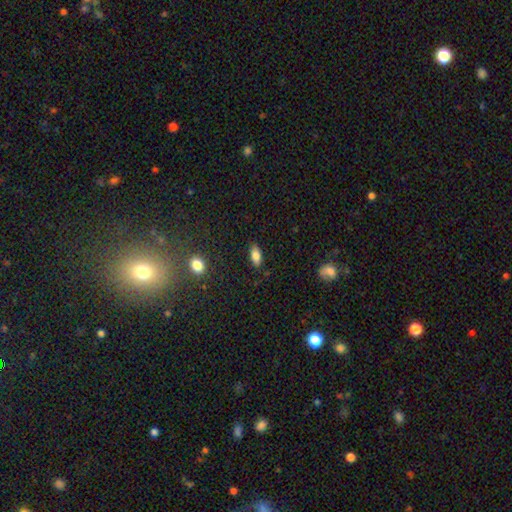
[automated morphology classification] smooth_or_featured: smooth (p=0.82) [alt: featured or disk p=0.10]
how_rounded: in between (p=0.87) [alt: cigar-shaped p=0.10]
merging: none (p=0.87) [alt: minor disturbance p=0.10]